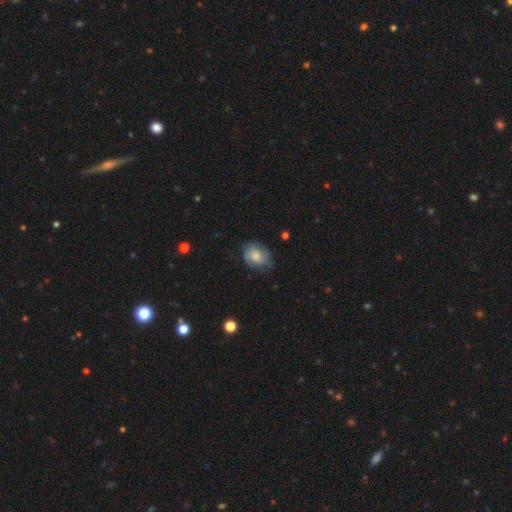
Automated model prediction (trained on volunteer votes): smooth 68%, featured or disk 25%, star or artifact 8%. Down the decision tree: how rounded — in between (56%); merging — none (62%).